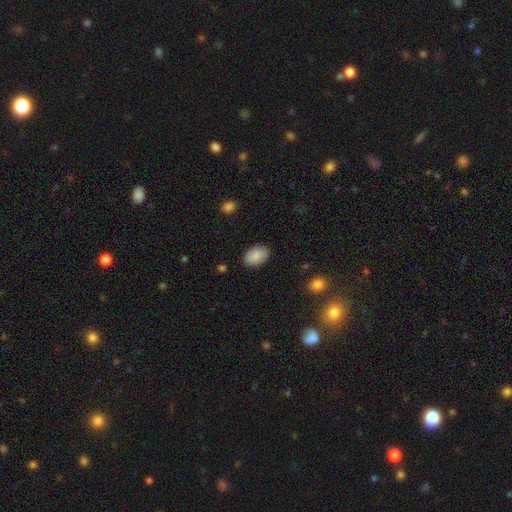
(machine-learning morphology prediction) A smooth galaxy with no disk features (83%) that is in between round and cigar-shaped (87%).

Vote fractions:
- Smooth or featured? smooth: 83% / featured or disk: 11% / star or artifact: 7%
- How rounded? in between: 87% / round: 12% / cigar-shaped: 1%
- Merging? none: 86% / minor disturbance: 10% / major disturbance: 2% / merger: 1%